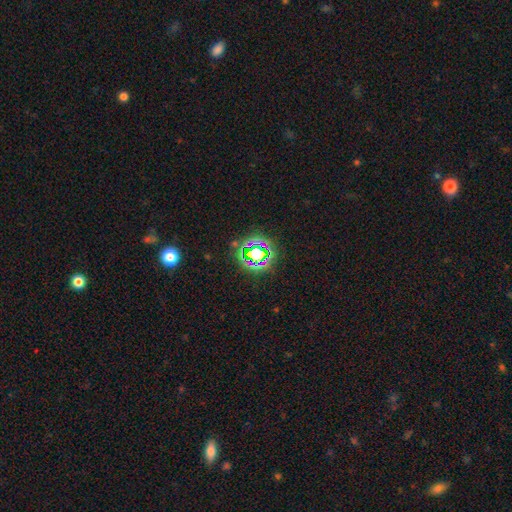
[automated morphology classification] star or artifact 62%, smooth 26%, featured or disk 12%.